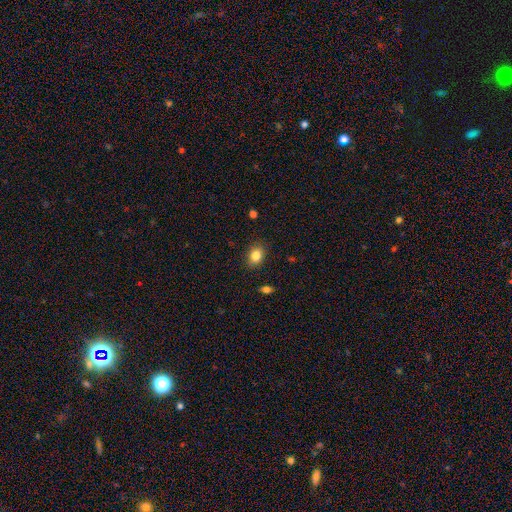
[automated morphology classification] The model was most divided on "how rounded": in between: 68%, round: 31%, cigar-shaped: 1%. More confident: merging — none (87%); smooth or featured — smooth (83%).